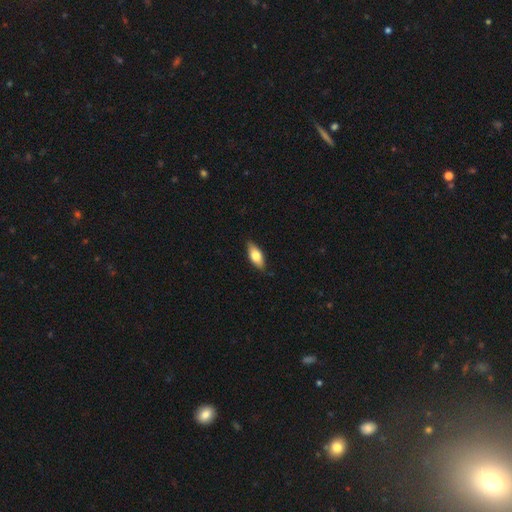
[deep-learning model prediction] A smooth galaxy with no disk features (70%) that is in between round and cigar-shaped (81%).

Vote fractions:
- Smooth or featured? smooth: 70% / featured or disk: 24% / star or artifact: 6%
- How rounded? in between: 81% / cigar-shaped: 16% / round: 3%
- Merging? none: 86% / minor disturbance: 11% / major disturbance: 2% / merger: 1%